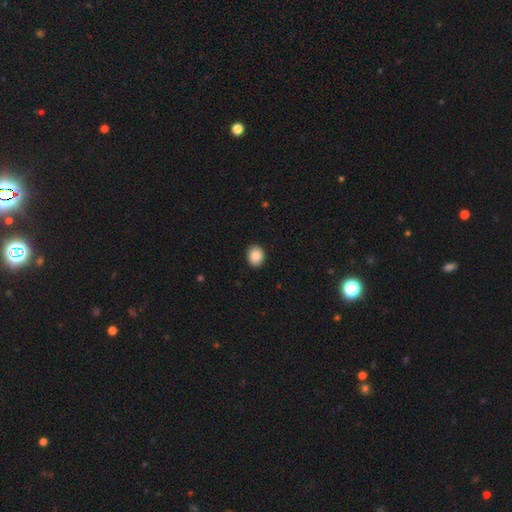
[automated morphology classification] This is clearly a smooth galaxy (88%). How rounded: possibly round (53%). Merging: clearly none (90%).